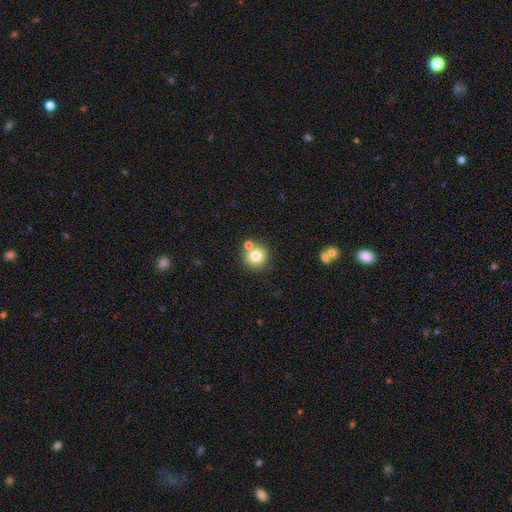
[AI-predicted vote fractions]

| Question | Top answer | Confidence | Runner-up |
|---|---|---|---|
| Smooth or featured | smooth | 77% | featured or disk (11%) |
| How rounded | round | 93% | in between (6%) |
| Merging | none | 70% | merger (19%) |